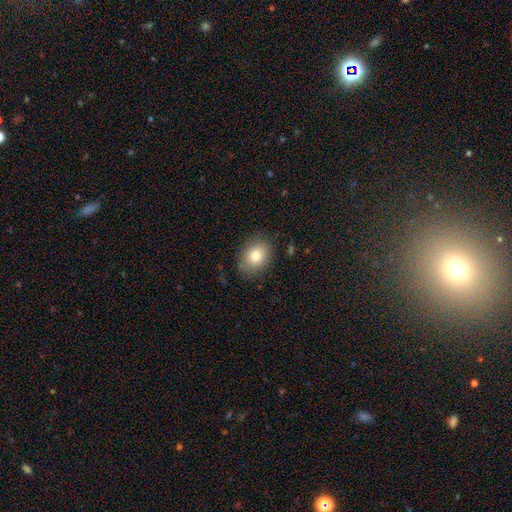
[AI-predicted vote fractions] This is clearly a smooth galaxy (82%). How rounded: possibly in between (60%). Merging: clearly none (83%).